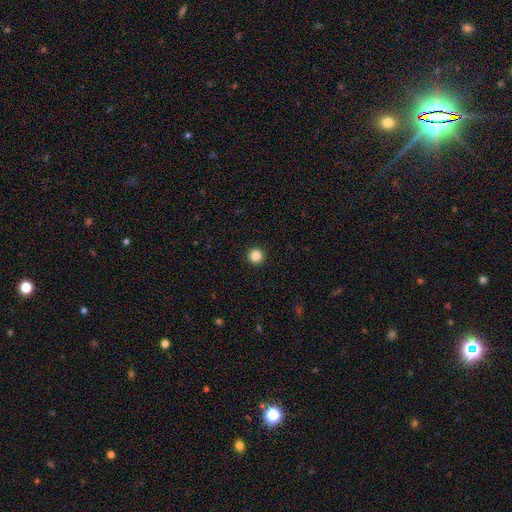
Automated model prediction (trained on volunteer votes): This is clearly a smooth galaxy (86%). How rounded: clearly round (96%). Merging: clearly none (94%).